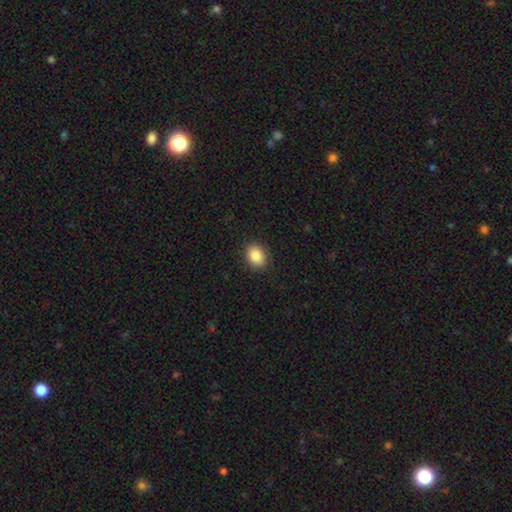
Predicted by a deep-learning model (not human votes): A smooth galaxy with no disk features (86%) that is in between round and cigar-shaped (53%). Merging: none (90%).